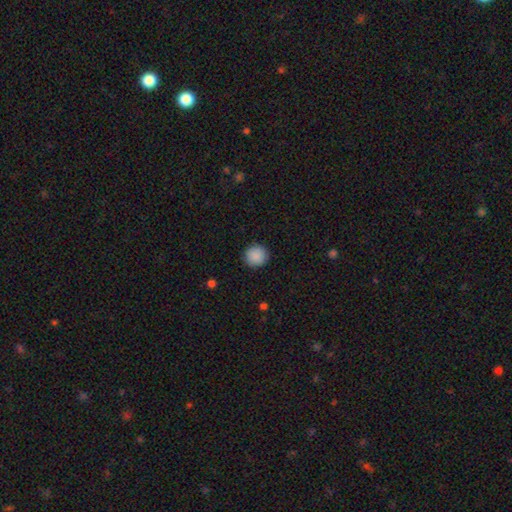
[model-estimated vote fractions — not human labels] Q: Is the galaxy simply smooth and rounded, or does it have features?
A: smooth — 90%.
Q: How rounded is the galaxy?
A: round — 94%.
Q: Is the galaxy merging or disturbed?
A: none — 91%.